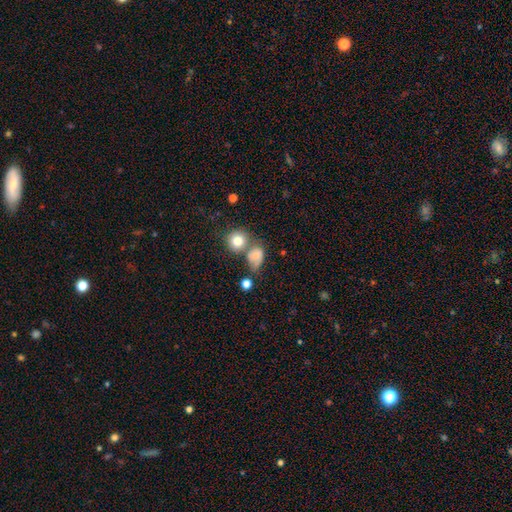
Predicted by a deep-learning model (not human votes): smooth_or_featured: smooth (p=0.72) [alt: featured or disk p=0.16]
how_rounded: in between (p=0.51) [alt: round p=0.47]
merging: none (p=0.34) [alt: merger p=0.32]